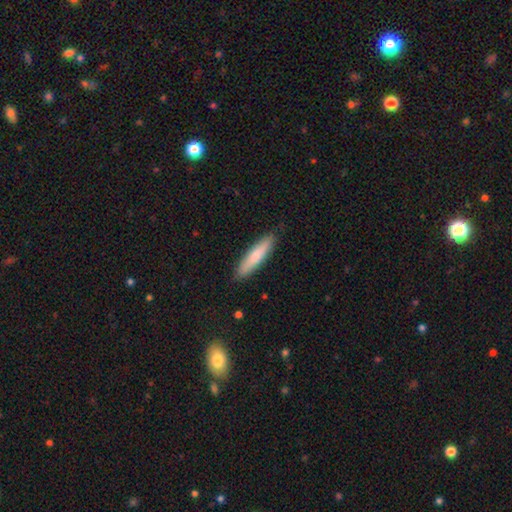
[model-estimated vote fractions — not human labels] The model was most divided on "smooth or featured": smooth: 72%, featured or disk: 23%, star or artifact: 5%. More confident: merging — none (89%); how rounded — cigar-shaped (82%).